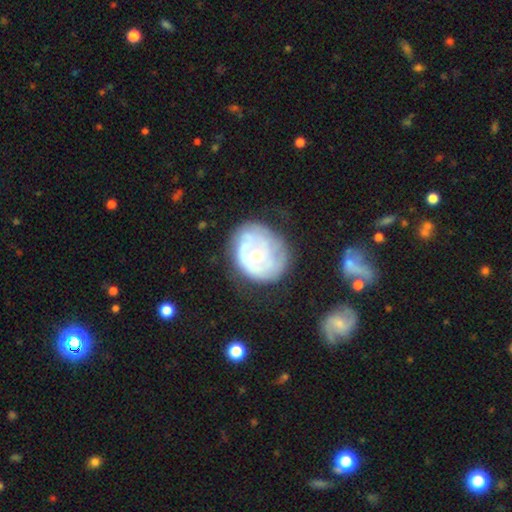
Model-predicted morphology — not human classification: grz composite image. It shows a featured or disk galaxy (68%) with no bar (82%), spiral arms (64%) and a small central bulge (48%, tied with moderate). Merging: none (57%).